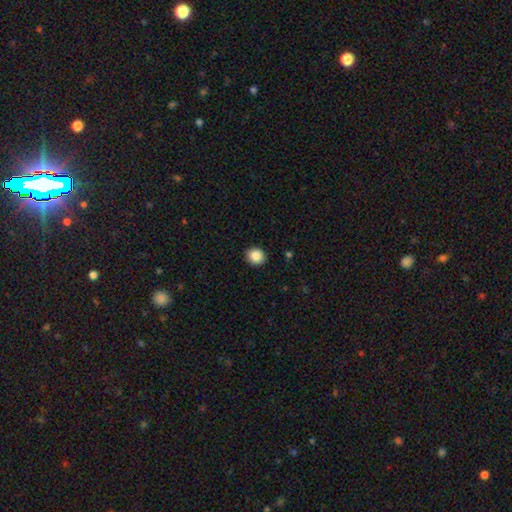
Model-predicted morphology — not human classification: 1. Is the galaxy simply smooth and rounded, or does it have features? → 87% smooth, 9% star or artifact, 4% featured or disk.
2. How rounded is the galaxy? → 83% round, 16% in between, 1% cigar-shaped.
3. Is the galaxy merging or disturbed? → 92% none, 6% minor disturbance, 2% major disturbance, 1% merger.